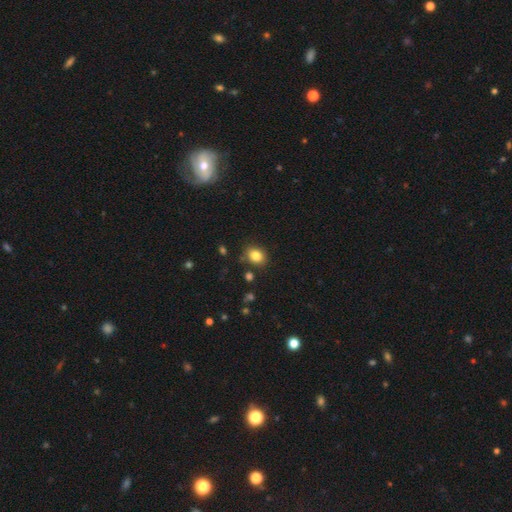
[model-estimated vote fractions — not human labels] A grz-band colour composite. It shows a smooth galaxy with no disk features (83%) that is in between round and cigar-shaped (50%). Merging: none (81%).